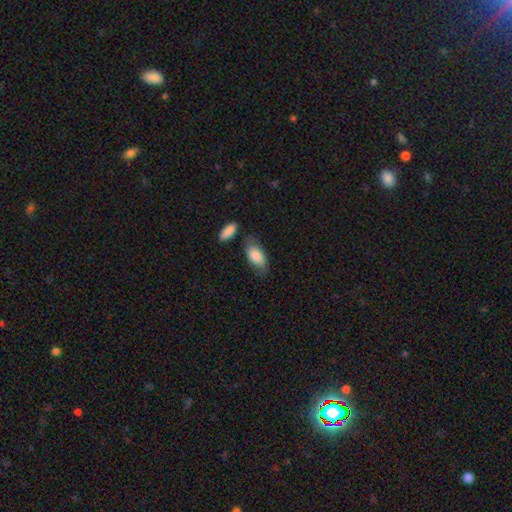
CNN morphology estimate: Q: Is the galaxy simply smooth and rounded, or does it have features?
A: smooth — 82%.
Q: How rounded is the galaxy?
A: in between — 91%.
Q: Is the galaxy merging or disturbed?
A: none — 63%.